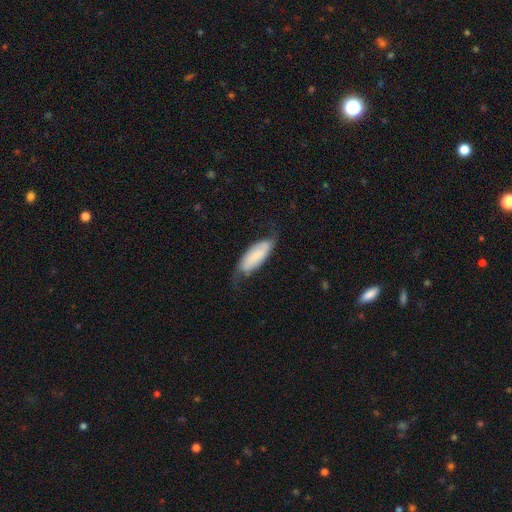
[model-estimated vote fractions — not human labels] Overall: smooth (59%; featured or disk 35%). How rounded: in between (76%). Merging: none (55%; minor disturbance 30%).